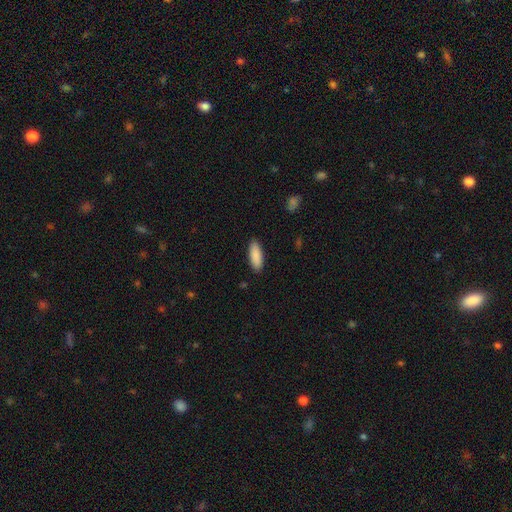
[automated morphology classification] Q: Smooth or featured?
A: smooth (90%); runner-up: star or artifact (6%)
Q: How rounded?
A: in between (69%); runner-up: cigar-shaped (30%)
Q: Merging?
A: none (89%); runner-up: minor disturbance (8%)